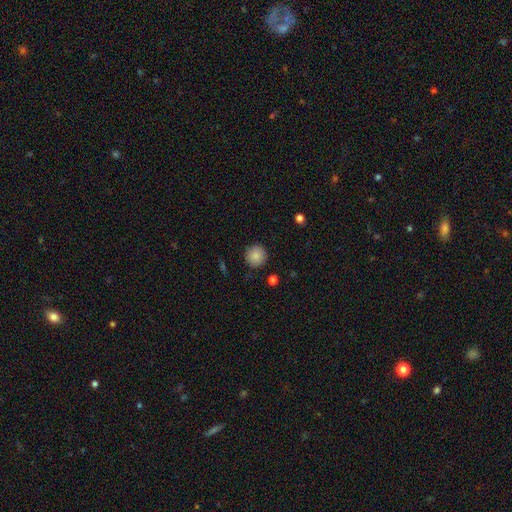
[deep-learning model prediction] Morphology: type=smooth (87%); roundness=round (94%); merging=none (90%).